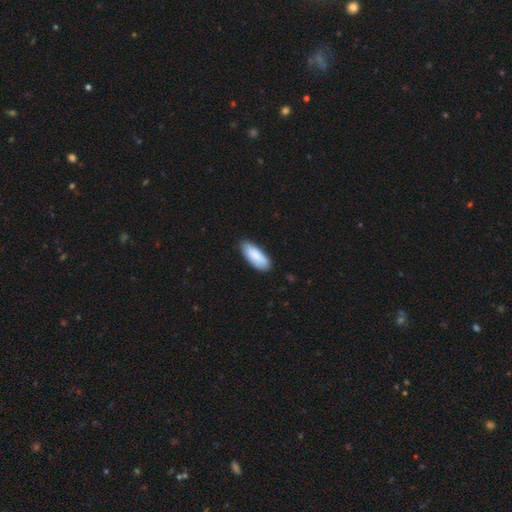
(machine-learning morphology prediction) Smooth or featured? Predicted: smooth (p=0.87). How rounded? Predicted: in between (p=0.78). Merging? Predicted: none (p=0.81).